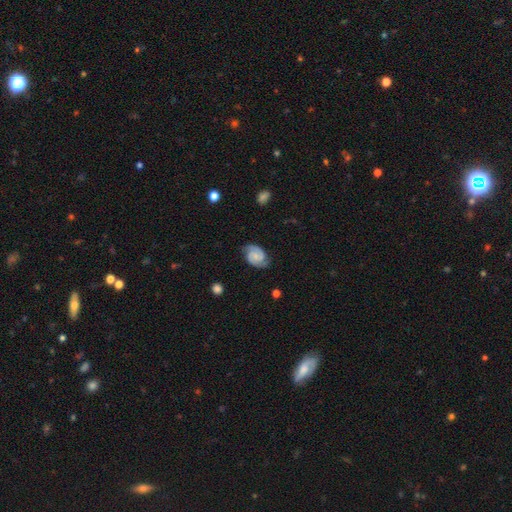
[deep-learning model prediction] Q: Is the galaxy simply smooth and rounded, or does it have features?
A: featured or disk — 83%.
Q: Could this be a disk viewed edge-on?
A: no — 98%.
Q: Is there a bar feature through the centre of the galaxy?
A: no — 55%.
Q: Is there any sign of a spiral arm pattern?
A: yes — 97%.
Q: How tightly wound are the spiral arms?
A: tight — 47%.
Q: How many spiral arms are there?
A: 2 — 91%.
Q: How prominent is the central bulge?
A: small — 54%.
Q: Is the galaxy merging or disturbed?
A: none — 79%.